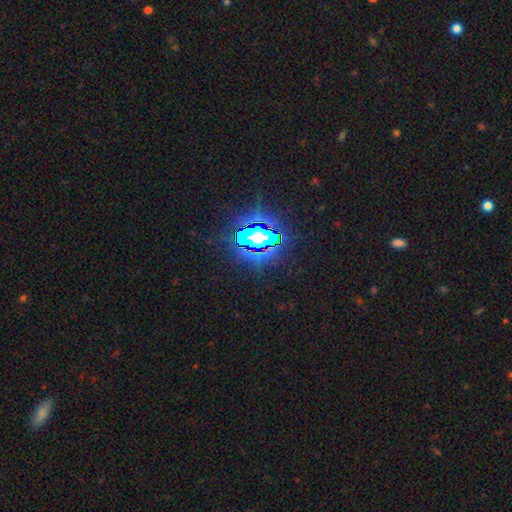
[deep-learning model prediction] Smooth or featured?
  - star or artifact: 81% *
  - smooth: 10%
  - featured or disk: 9%